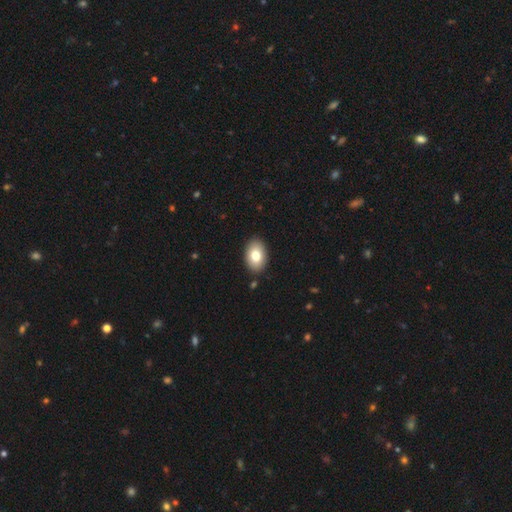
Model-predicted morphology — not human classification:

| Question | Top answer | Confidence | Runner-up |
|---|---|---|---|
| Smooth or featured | smooth | 79% | featured or disk (14%) |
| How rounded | in between | 88% | round (10%) |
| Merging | none | 89% | minor disturbance (8%) |